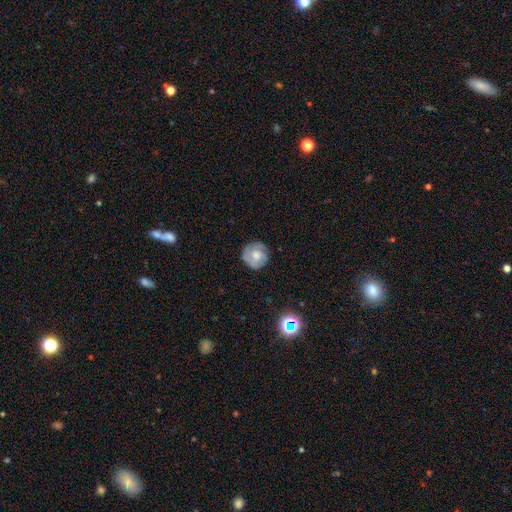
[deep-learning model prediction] This appears to be a featured or disk galaxy (54%) with no bar (76%), spiral arms (78%) and a moderate central bulge (59%). Merging: none (77%).